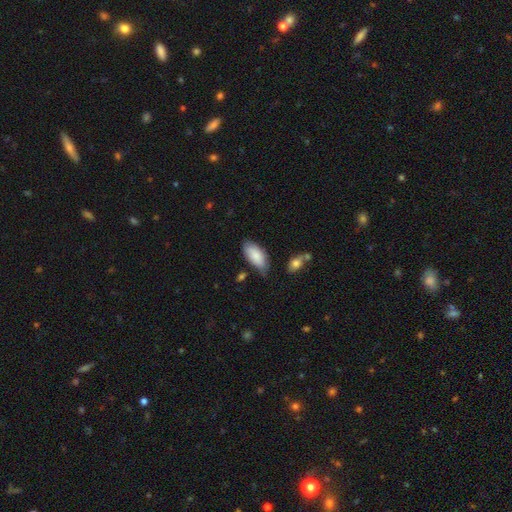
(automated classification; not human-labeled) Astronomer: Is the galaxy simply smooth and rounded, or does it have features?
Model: smooth — 84%.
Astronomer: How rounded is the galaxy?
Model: in between — 91%.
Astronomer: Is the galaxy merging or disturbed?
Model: none — 67%.